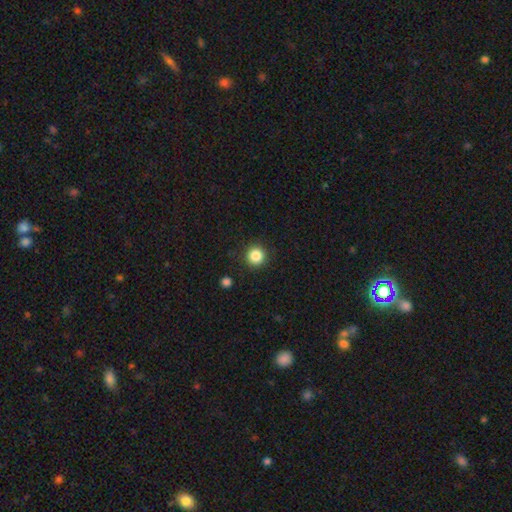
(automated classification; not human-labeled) Smooth or featured? Predicted: smooth (p=0.85). How rounded? Predicted: round (p=0.94). Merging? Predicted: none (p=0.91).